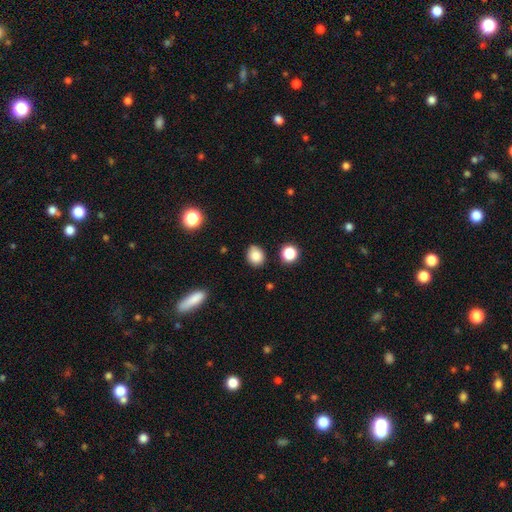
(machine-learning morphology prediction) Smooth or featured? Predicted: smooth (p=0.85). How rounded? Predicted: round (p=0.64). Merging? Predicted: none (p=0.83).